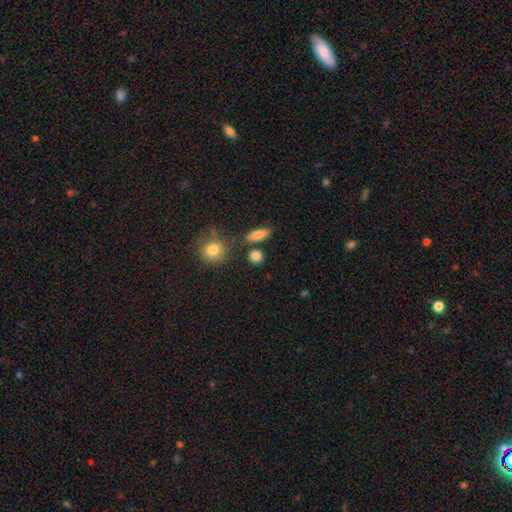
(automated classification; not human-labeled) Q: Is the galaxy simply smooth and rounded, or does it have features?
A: smooth — 83%.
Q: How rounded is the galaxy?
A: round — 70%.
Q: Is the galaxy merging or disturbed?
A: none — 77%.